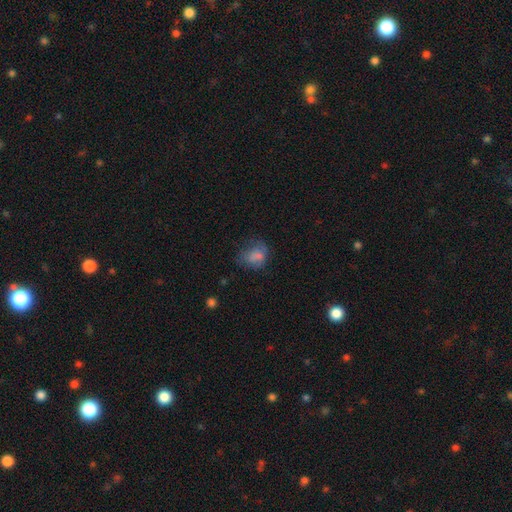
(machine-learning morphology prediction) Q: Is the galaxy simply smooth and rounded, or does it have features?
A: smooth — 71%.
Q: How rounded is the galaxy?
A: round — 50%.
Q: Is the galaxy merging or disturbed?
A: none — 45%.